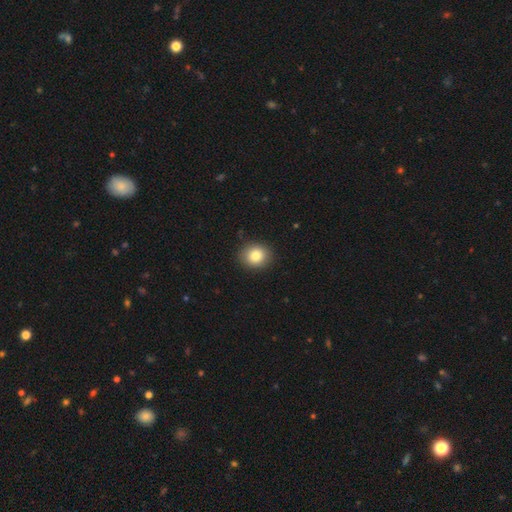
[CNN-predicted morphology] smooth_or_featured: smooth (p=0.83) [alt: star or artifact p=0.09]
how_rounded: round (p=0.74) [alt: in between p=0.25]
merging: none (p=0.89) [alt: minor disturbance p=0.08]